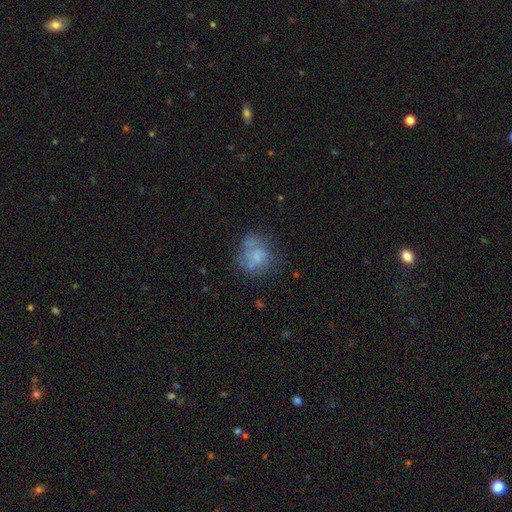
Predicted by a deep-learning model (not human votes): This appears to be a smooth galaxy with no disk features (52%) that is round (75%). Merging: none (50%).